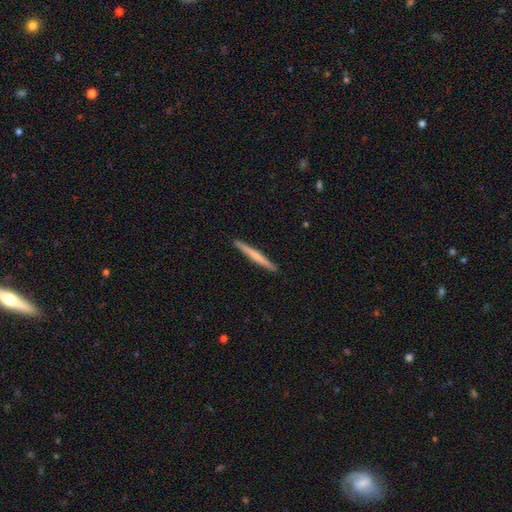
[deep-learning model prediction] smooth-or-featured: smooth: 48% | featured or disk: 47% | star or artifact: 5%
  merging: none: 92% | minor disturbance: 5% | major disturbance: 1% | merger: 1%